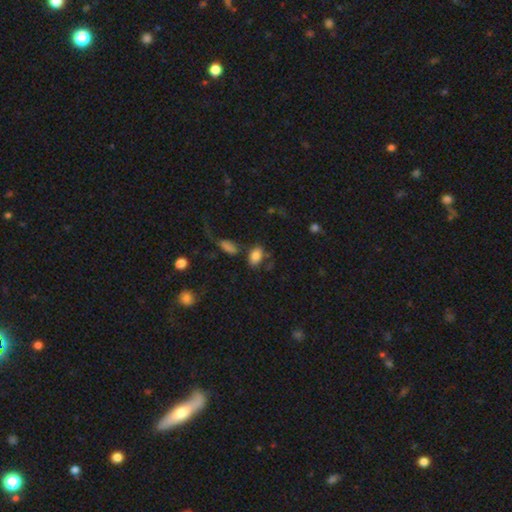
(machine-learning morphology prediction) type=smooth (83%); roundness=in between (87%); merging=none (59%).